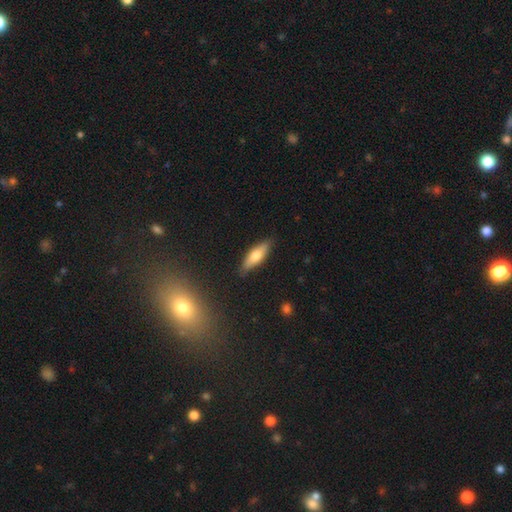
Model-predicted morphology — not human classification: Smooth or featured? Predicted: smooth (p=0.65). How rounded? Predicted: in between (p=0.49, tied with cigar-shaped). Merging? Predicted: none (p=0.85).